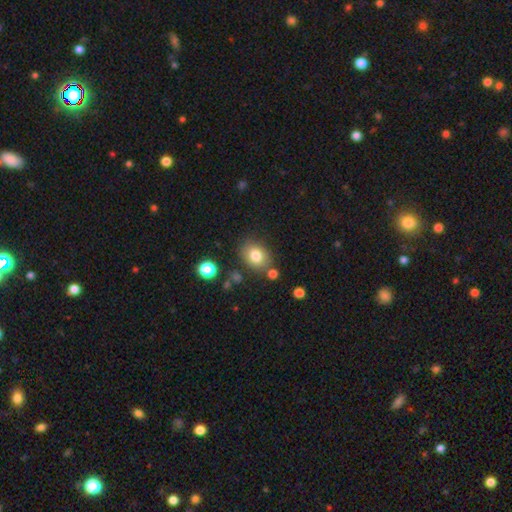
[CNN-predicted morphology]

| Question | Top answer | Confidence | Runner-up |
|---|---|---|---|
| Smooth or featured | smooth | 81% | star or artifact (11%) |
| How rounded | in between | 51% | round (48%) |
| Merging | none | 75% | minor disturbance (13%) |